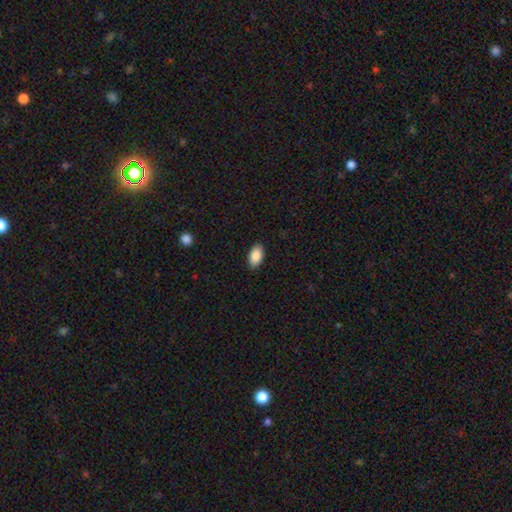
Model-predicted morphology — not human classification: Smooth or featured?
  - smooth: 88% *
  - star or artifact: 7%
  - featured or disk: 5%
How rounded?
  - in between: 94% *
  - round: 3%
  - cigar-shaped: 3%
Merging?
  - none: 89% *
  - minor disturbance: 8%
  - major disturbance: 2%
  - merger: 1%